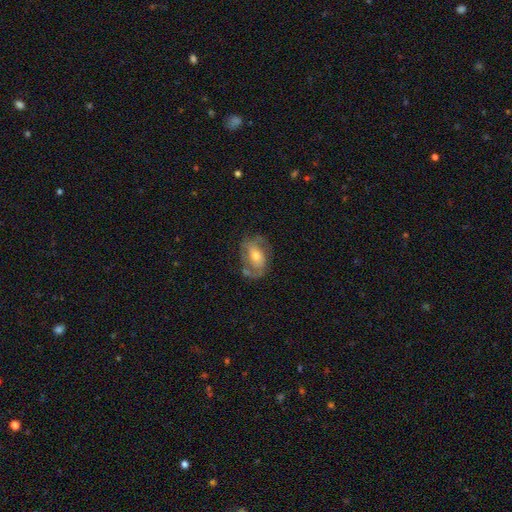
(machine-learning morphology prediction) Q: Smooth or featured?
A: featured or disk (71%); runner-up: smooth (22%)
Q: Edge-on disk?
A: no (96%); runner-up: yes (4%)
Q: Bar?
A: no (46%); runner-up: weak (39%)
Q: Spiral arms?
A: yes (85%); runner-up: no (15%)
Q: Spiral winding?
A: medium (47%); runner-up: tight (29%)
Q: Spiral arm count?
A: 2 (72%); runner-up: can't tell (12%)
Q: Bulge size?
A: moderate (62%); runner-up: small (26%)
Q: Merging?
A: none (60%); runner-up: minor disturbance (21%)